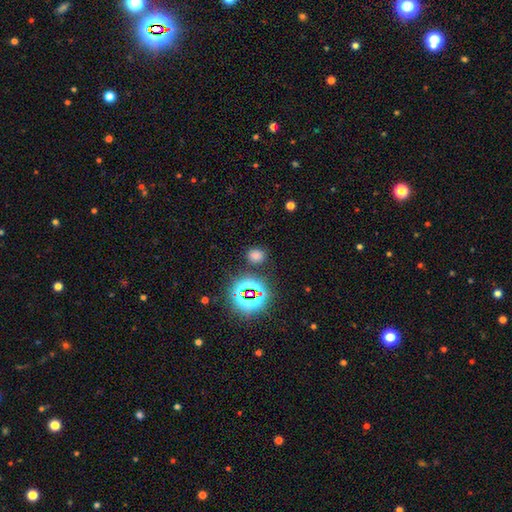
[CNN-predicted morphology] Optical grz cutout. It shows a smooth galaxy with no disk features (66%) that is round (57%). Merging: none (83%).